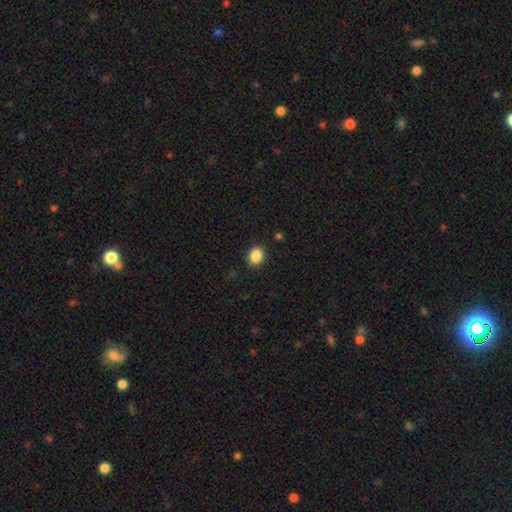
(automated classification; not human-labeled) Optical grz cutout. It shows a smooth galaxy with no disk features (88%) that is in between round and cigar-shaped (51%). Merging: none (90%).